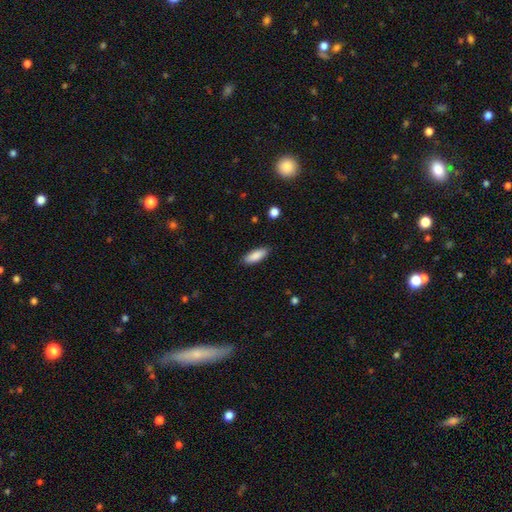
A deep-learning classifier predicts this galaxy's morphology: A smooth galaxy with no disk features (87%) that is in between round and cigar-shaped (66%).

Vote fractions:
- Smooth or featured? smooth: 87% / featured or disk: 7% / star or artifact: 6%
- How rounded? in between: 66% / cigar-shaped: 32% / round: 2%
- Merging? none: 87% / minor disturbance: 10% / major disturbance: 2% / merger: 1%